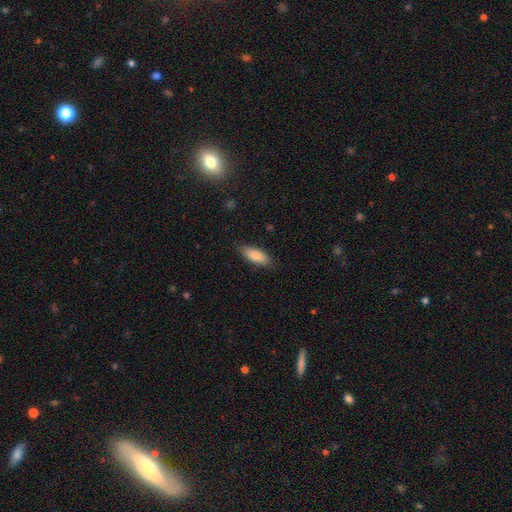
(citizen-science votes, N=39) Q: Smooth or featured?
A: smooth (85%); runner-up: featured or disk (8%)
Q: How rounded?
A: in between (70%); runner-up: cigar-shaped (24%)
Q: Merging?
A: none (89%); runner-up: minor disturbance (8%)